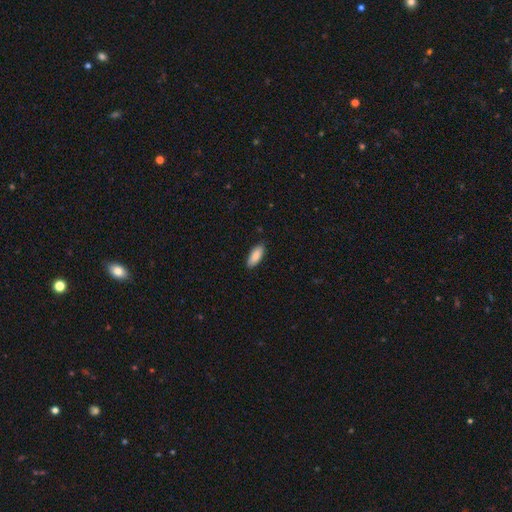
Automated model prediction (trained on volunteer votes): A smooth galaxy with no disk features (88%) that is in between round and cigar-shaped (79%). Merging: none (87%).